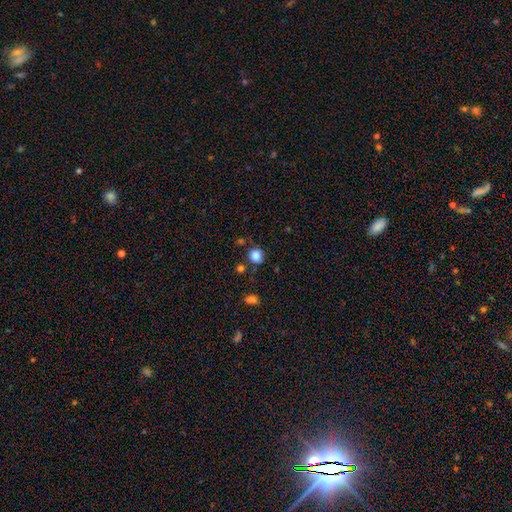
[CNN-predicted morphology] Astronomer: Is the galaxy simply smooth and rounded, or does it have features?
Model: smooth — 84%.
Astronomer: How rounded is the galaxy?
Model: round — 90%.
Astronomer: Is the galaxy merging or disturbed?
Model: none — 80%.